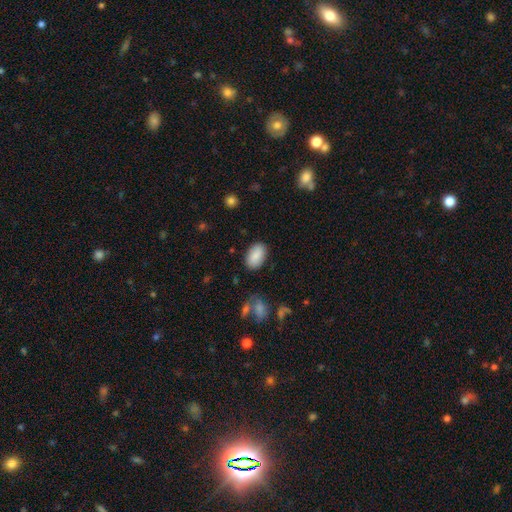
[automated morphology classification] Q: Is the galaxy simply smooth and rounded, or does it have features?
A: smooth — 87%.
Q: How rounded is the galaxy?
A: in between — 92%.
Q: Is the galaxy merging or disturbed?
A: none — 85%.